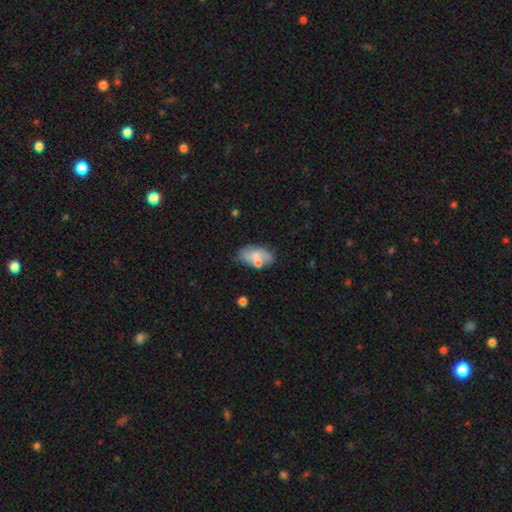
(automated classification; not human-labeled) smooth 61%, featured or disk 31%, star or artifact 8%. Down the decision tree: how rounded — in between (90%); merging — none (51%).